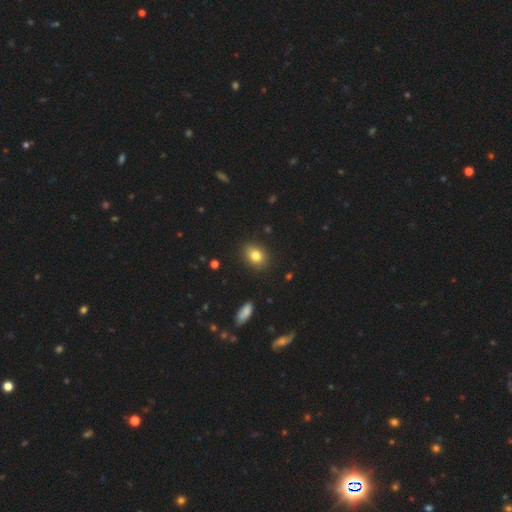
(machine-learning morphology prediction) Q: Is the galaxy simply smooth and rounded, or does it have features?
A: smooth — 82%.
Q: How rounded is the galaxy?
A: in between — 61%.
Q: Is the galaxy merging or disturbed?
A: none — 87%.